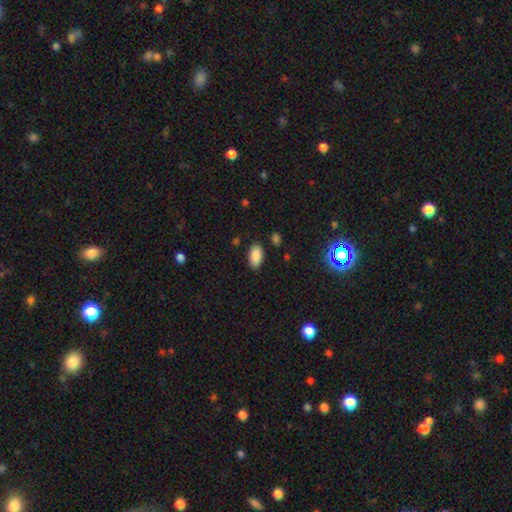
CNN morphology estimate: This appears to be a smooth galaxy with no disk features (87%) that is in between round and cigar-shaped (94%). Merging: none (85%).